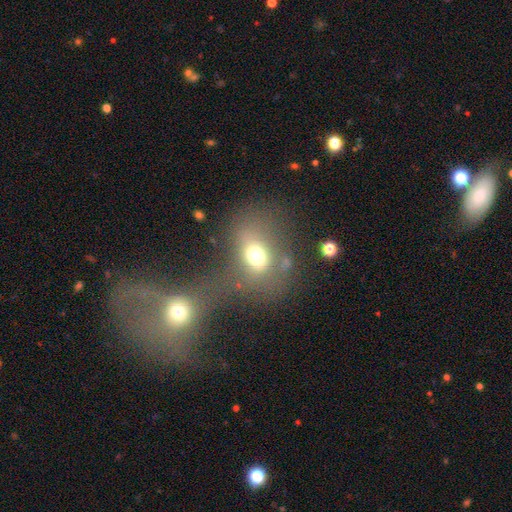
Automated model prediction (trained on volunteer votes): Smooth or featured? smooth (67%)
How rounded? in between (62%)
Merging? none (38%)